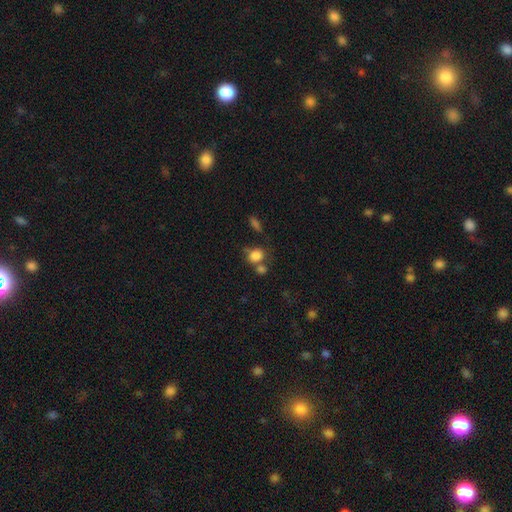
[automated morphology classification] This is clearly a smooth galaxy (82%). How rounded: possibly round (60%). Merging: possibly none (49%).